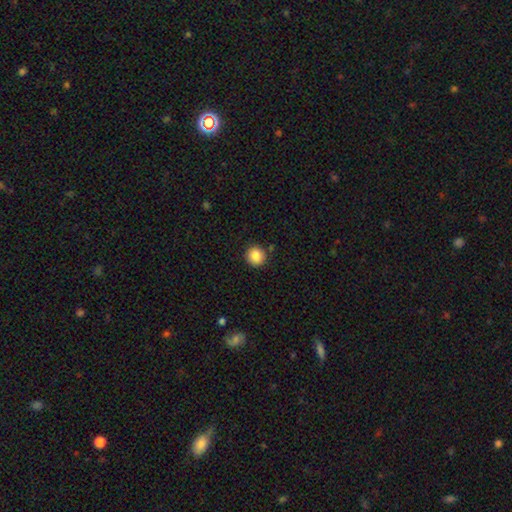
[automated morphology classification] Smooth or featured? Predicted: smooth (p=0.86). How rounded? Predicted: round (p=0.92). Merging? Predicted: none (p=0.89).